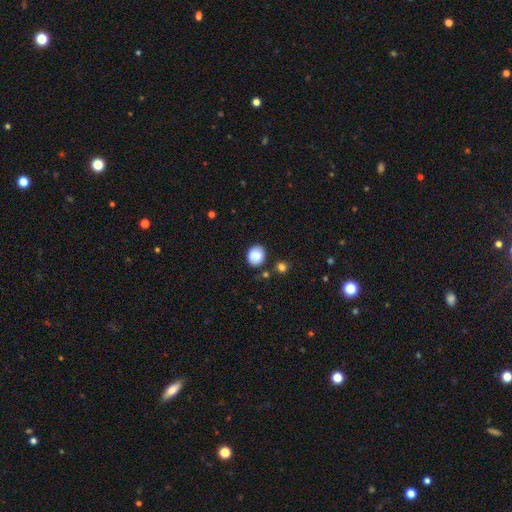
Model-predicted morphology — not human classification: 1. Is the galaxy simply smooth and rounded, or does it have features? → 87% smooth, 9% star or artifact, 4% featured or disk.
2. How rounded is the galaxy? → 73% round, 26% in between, 1% cigar-shaped.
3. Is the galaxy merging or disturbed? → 81% none, 12% minor disturbance, 4% merger, 3% major disturbance.